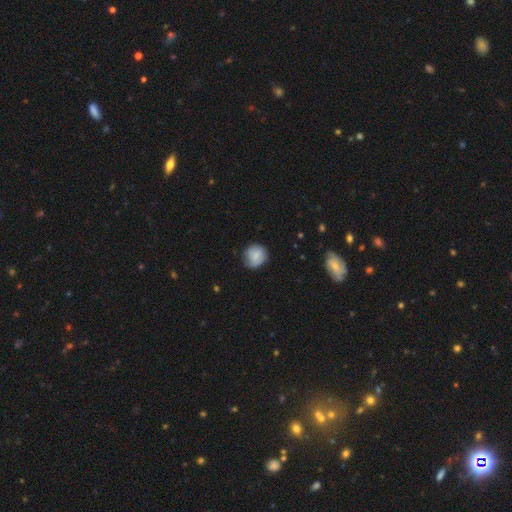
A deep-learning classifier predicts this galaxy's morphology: Overall: smooth (72%). How rounded: round (85%). Merging: none (73%).